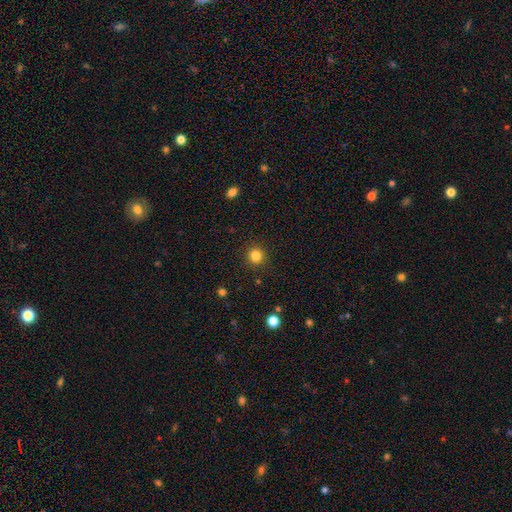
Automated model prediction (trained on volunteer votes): smooth 84%, star or artifact 12%, featured or disk 4%. Down the decision tree: how rounded — round (93%); merging — none (91%).